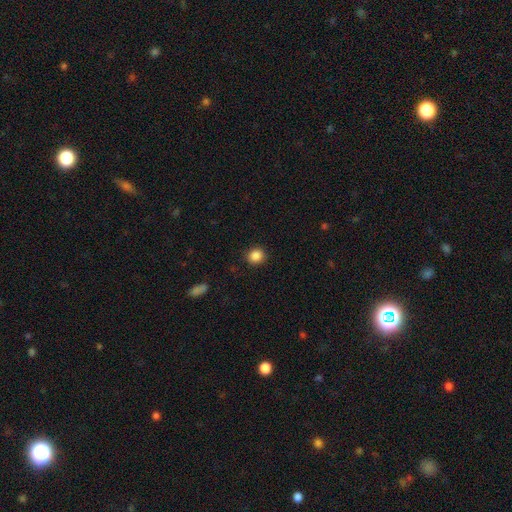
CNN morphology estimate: A smooth galaxy with no disk features (87%) that is round (85%).

Vote fractions:
- Smooth or featured? smooth: 87% / star or artifact: 10% / featured or disk: 3%
- How rounded? round: 85% / in between: 14% / cigar-shaped: 1%
- Merging? none: 90% / minor disturbance: 7% / major disturbance: 2% / merger: 1%